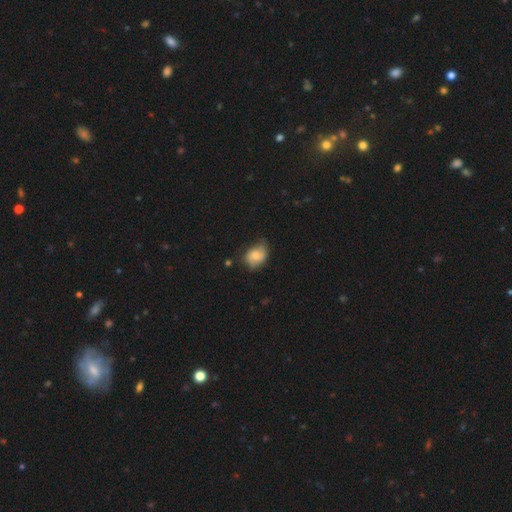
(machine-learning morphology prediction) smooth_or_featured: smooth (p=0.65) [alt: featured or disk p=0.26]
how_rounded: in between (p=0.62) [alt: round p=0.37]
merging: none (p=0.54) [alt: minor disturbance p=0.35]